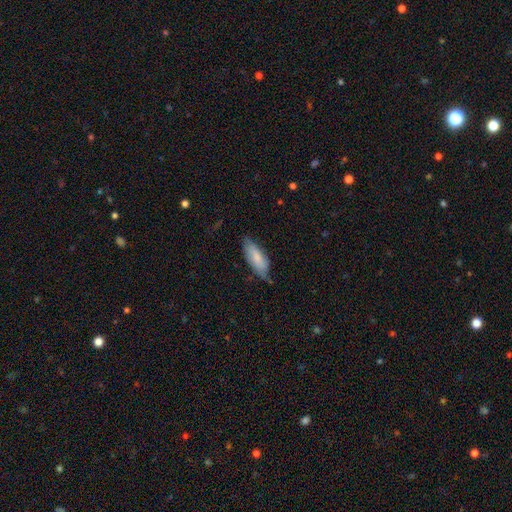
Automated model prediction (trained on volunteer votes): Q: Smooth or featured?
A: smooth (73%); runner-up: featured or disk (21%)
Q: How rounded?
A: in between (70%); runner-up: cigar-shaped (28%)
Q: Merging?
A: none (63%); runner-up: minor disturbance (30%)